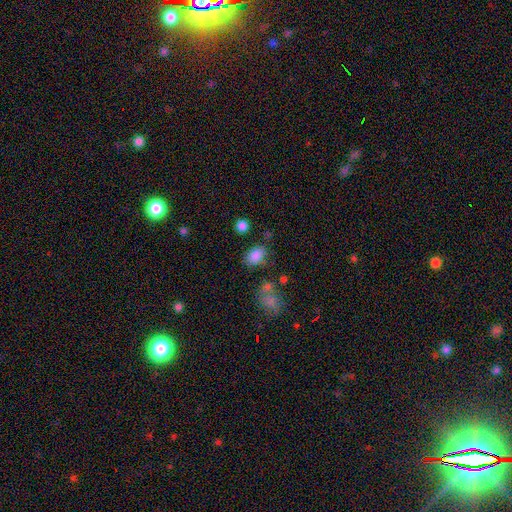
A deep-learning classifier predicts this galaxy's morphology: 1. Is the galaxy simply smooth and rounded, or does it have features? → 84% smooth, 11% star or artifact, 5% featured or disk.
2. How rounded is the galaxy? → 74% in between, 25% round, 1% cigar-shaped.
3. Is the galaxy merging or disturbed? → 69% none, 18% minor disturbance, 7% merger, 6% major disturbance.